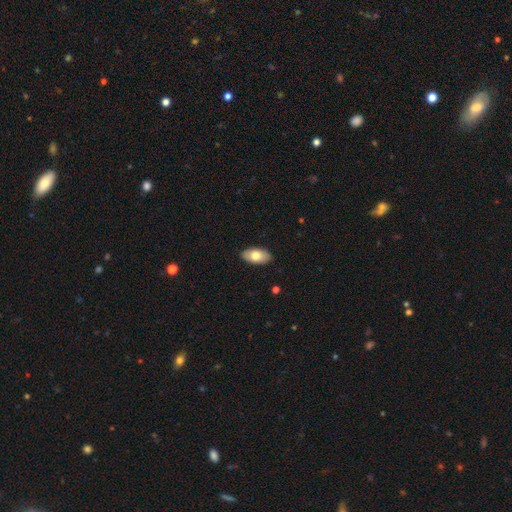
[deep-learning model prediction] Smooth or featured: smooth — 75% (featured or disk — 19%)
How rounded: in between — 95% (round — 3%)
Merging: none — 88% (minor disturbance — 9%)